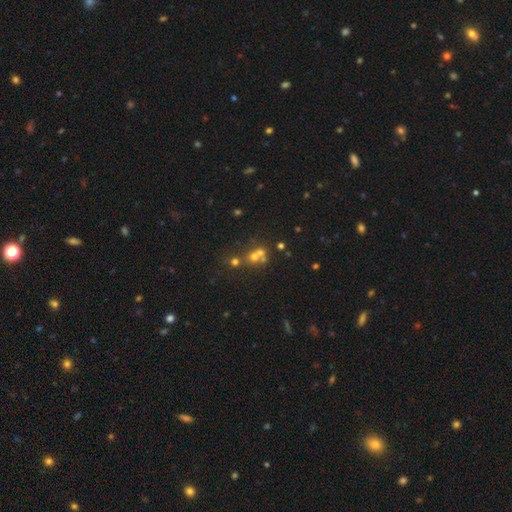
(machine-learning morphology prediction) A smooth galaxy with no disk features (50%). Merging: merger (49%).